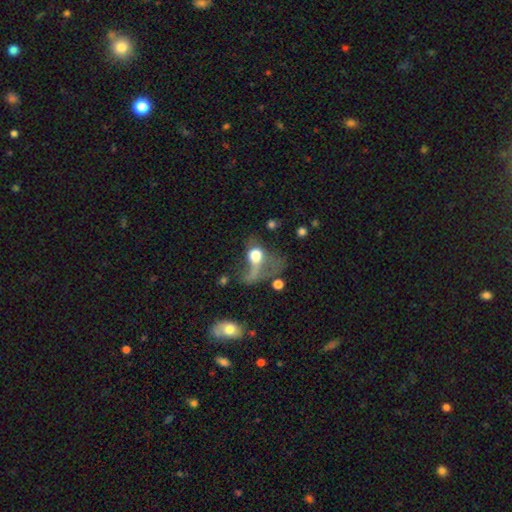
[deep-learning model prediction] smooth-or-featured: smooth: 52% | featured or disk: 35% | star or artifact: 13%
  how-rounded: in between: 53% | round: 44% | cigar-shaped: 4%
  merging: major disturbance: 61% | none: 15% | merger: 13% | minor disturbance: 11%